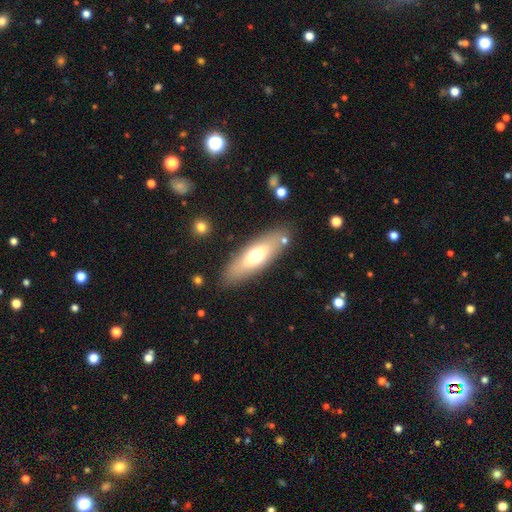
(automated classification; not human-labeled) Smooth or featured? smooth (60%)
How rounded? in between (59%)
Merging? none (83%)